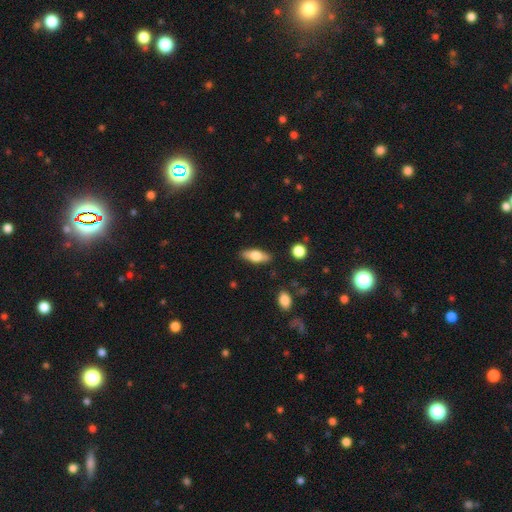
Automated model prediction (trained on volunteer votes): Smooth or featured: smooth — 63% (featured or disk — 30%)
How rounded: in between — 67% (cigar-shaped — 30%)
Merging: none — 85% (minor disturbance — 11%)